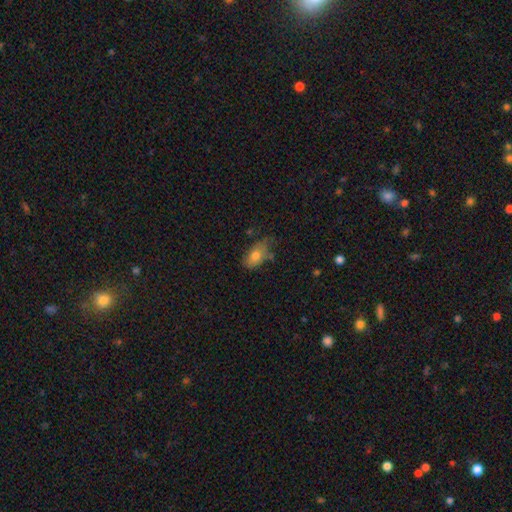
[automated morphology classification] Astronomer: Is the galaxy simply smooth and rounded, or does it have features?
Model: smooth — 76%.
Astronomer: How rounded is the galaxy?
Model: in between — 88%.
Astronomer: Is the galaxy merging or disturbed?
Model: none — 57%.